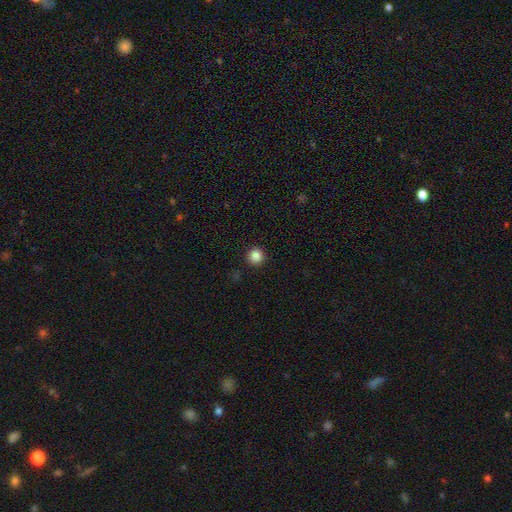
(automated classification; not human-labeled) A smooth galaxy with no disk features (86%) that is round (95%). Merging: none (93%).